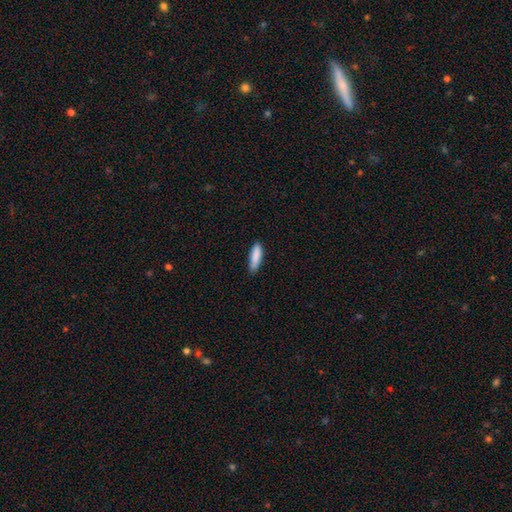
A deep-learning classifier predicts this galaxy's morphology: The model was most divided on "how rounded": cigar-shaped: 59%, in between: 40%, round: 1%. More confident: smooth or featured — smooth (88%); merging — none (75%).